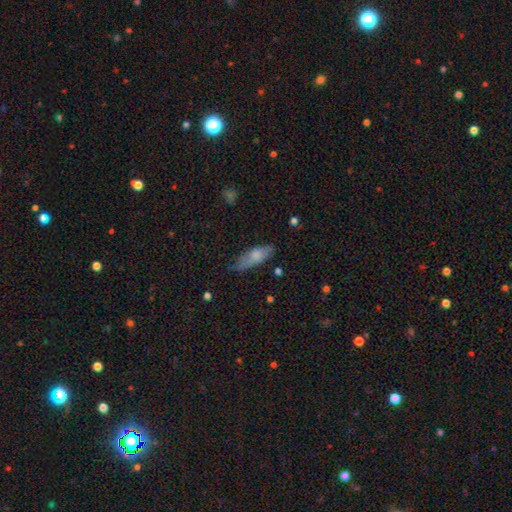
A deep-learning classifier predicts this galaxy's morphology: This is likely a smooth galaxy (73%). How rounded: likely in between (62%). Merging: possibly none (55%).